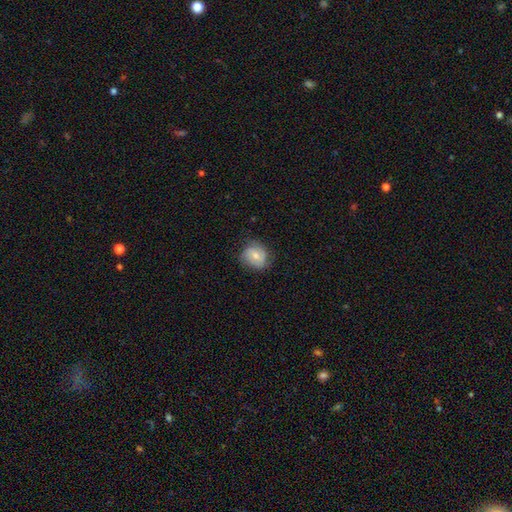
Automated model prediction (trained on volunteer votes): Smooth or featured?
  - smooth: 54% *
  - featured or disk: 38%
  - star or artifact: 8%
How rounded?
  - round: 72% *
  - in between: 27%
  - cigar-shaped: 1%
Merging?
  - none: 73% *
  - minor disturbance: 21%
  - major disturbance: 6%
  - merger: 1%